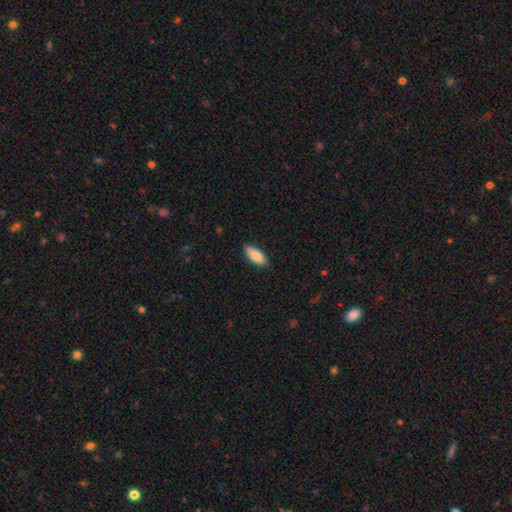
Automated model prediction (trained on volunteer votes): Smooth or featured? Predicted: smooth (p=0.87). How rounded? Predicted: in between (p=0.77). Merging? Predicted: none (p=0.86).